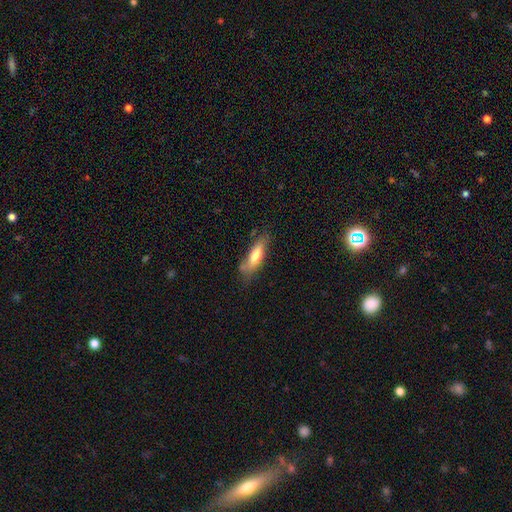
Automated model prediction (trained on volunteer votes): This appears to be a smooth galaxy with no disk features (68%) that is cigar-shaped (54%). Merging: none (66%).